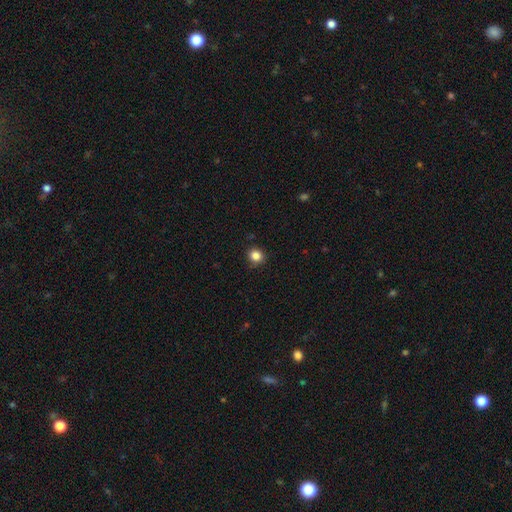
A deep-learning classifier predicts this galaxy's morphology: smooth_or_featured: smooth (p=0.85) [alt: star or artifact p=0.11]
how_rounded: round (p=0.86) [alt: in between p=0.13]
merging: none (p=0.89) [alt: minor disturbance p=0.08]